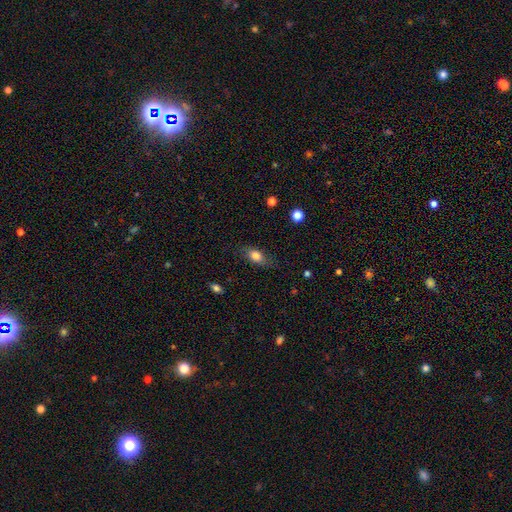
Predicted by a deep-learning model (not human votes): The model was most divided on "merging": none: 77%, minor disturbance: 17%, major disturbance: 5%, merger: 1%. More confident: how rounded — in between (81%); smooth or featured — smooth (78%).